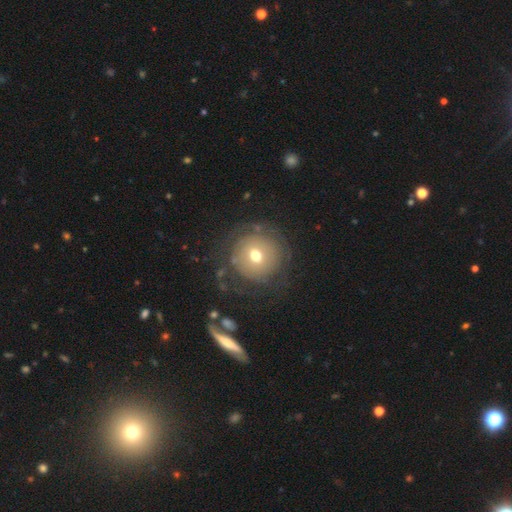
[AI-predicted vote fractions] smooth 47%, featured or disk 43%, star or artifact 10%. Down the decision tree: merging — none (69%).